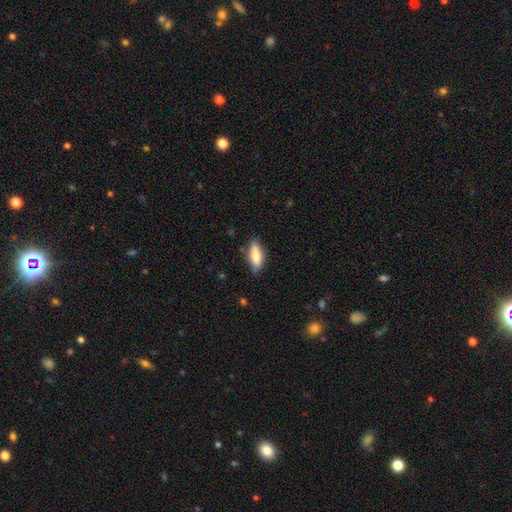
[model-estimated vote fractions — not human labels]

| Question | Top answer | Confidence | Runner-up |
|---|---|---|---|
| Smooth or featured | smooth | 80% | featured or disk (14%) |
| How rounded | in between | 61% | cigar-shaped (37%) |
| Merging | none | 83% | minor disturbance (13%) |